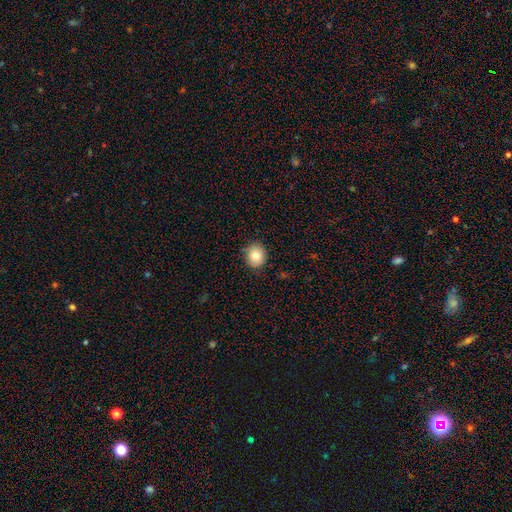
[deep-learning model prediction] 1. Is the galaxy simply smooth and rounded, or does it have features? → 82% smooth, 9% star or artifact, 9% featured or disk.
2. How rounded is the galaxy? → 76% round, 23% in between, 1% cigar-shaped.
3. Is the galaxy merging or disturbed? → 84% none, 12% minor disturbance, 2% major disturbance, 1% merger.